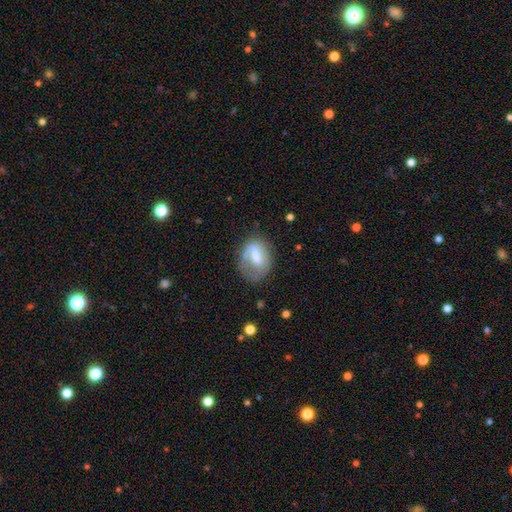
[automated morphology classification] This is possibly a smooth galaxy (52%). How rounded: likely in between (71%). Merging: possibly none (47%).